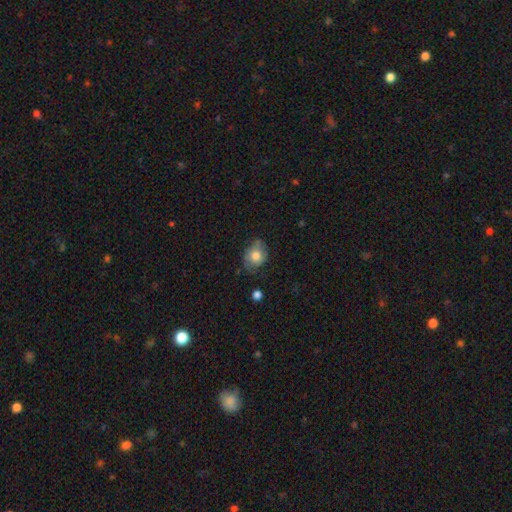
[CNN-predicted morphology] smooth 70%, featured or disk 22%, star or artifact 8%. Down the decision tree: how rounded — in between (57%); merging — none (62%).